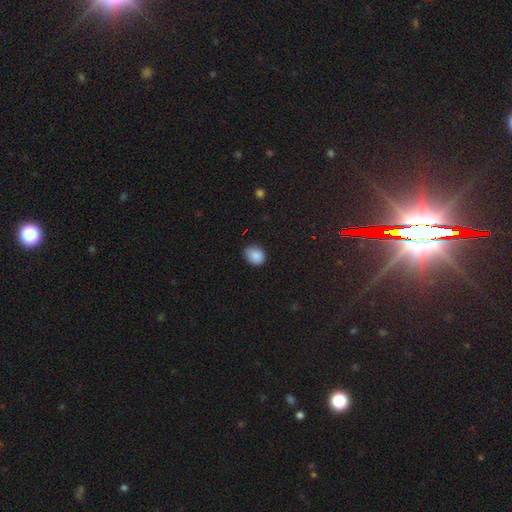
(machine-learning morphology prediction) A smooth galaxy with no disk features (87%) that is round (50%).

Vote fractions:
- Smooth or featured? smooth: 87% / star or artifact: 8% / featured or disk: 4%
- How rounded? round: 50% / in between: 49% / cigar-shaped: 1%
- Merging? none: 76% / minor disturbance: 20% / major disturbance: 3% / merger: 1%